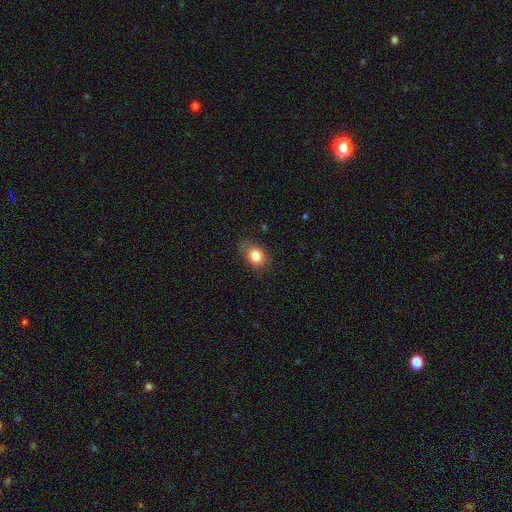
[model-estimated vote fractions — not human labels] smooth 82%, star or artifact 10%, featured or disk 8%. Down the decision tree: how rounded — in between (60%); merging — none (74%).